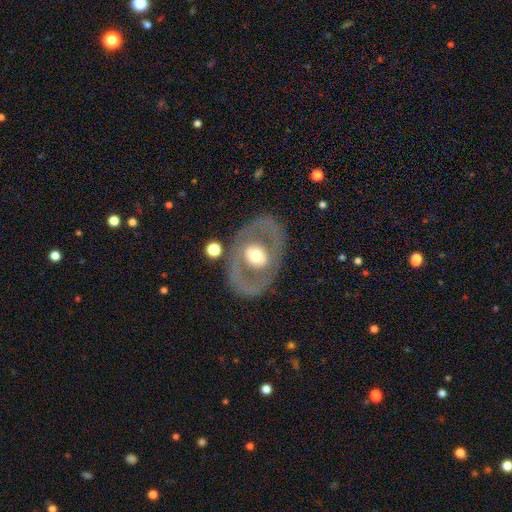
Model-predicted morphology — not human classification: smooth_or_featured: featured or disk (p=0.64) [alt: smooth p=0.30]
disk_edge_on: no (p=0.92) [alt: yes p=0.08]
bar: no (p=0.68) [alt: weak p=0.21]
has_spiral_arms: no (p=0.81) [alt: yes p=0.19]
bulge_size: moderate (p=0.63) [alt: large p=0.25]
merging: none (p=0.78) [alt: minor disturbance p=0.11]